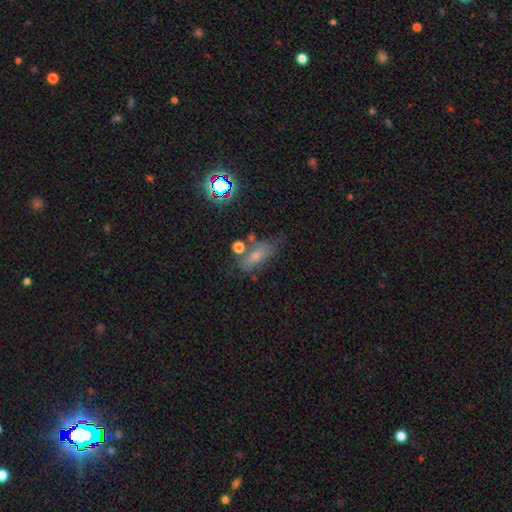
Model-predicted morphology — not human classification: type=smooth (62%); roundness=in between (71%); merging=none (54%).